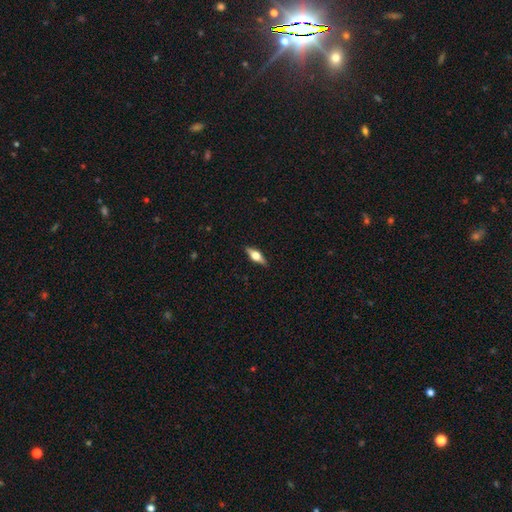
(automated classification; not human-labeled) A featured or disk galaxy (62%) viewed edge-on (95%) with a rounded central bulge (94%). Merging: none (89%).